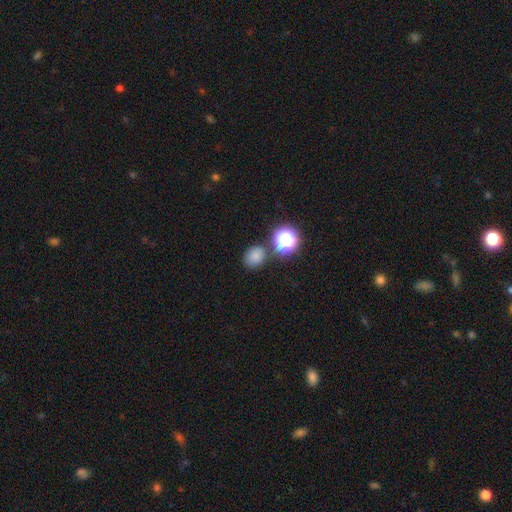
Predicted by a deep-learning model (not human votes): smooth-or-featured: smooth: 76% | star or artifact: 18% | featured or disk: 6%
  how-rounded: round: 60% | in between: 39% | cigar-shaped: 1%
  merging: none: 73% | minor disturbance: 12% | merger: 11% | major disturbance: 4%